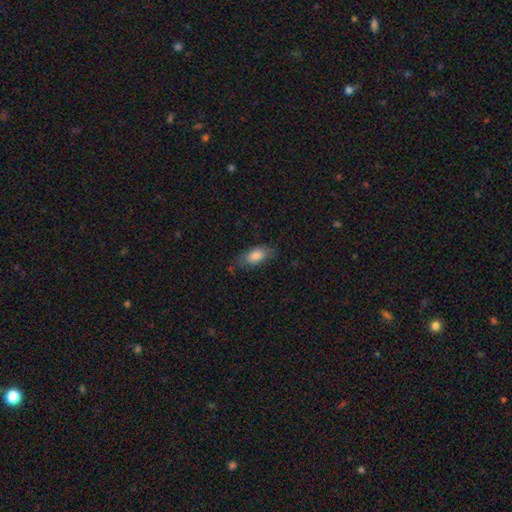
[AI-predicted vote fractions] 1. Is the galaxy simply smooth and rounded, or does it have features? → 82% smooth, 11% featured or disk, 7% star or artifact.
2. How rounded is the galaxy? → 86% in between, 11% cigar-shaped, 3% round.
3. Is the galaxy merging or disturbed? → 70% none, 23% minor disturbance, 6% major disturbance, 2% merger.